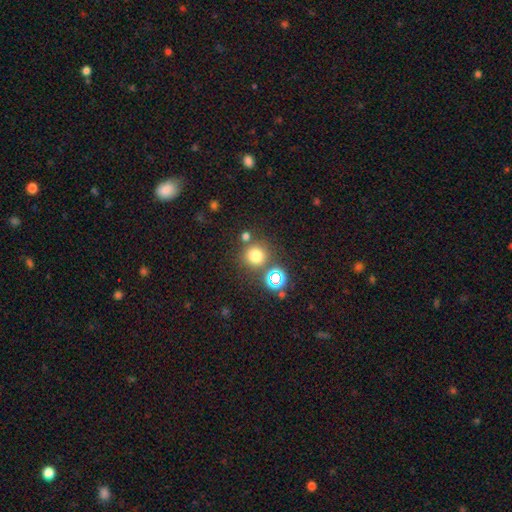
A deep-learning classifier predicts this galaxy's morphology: Smooth or featured? smooth (71%)
How rounded? round (93%)
Merging? none (75%)